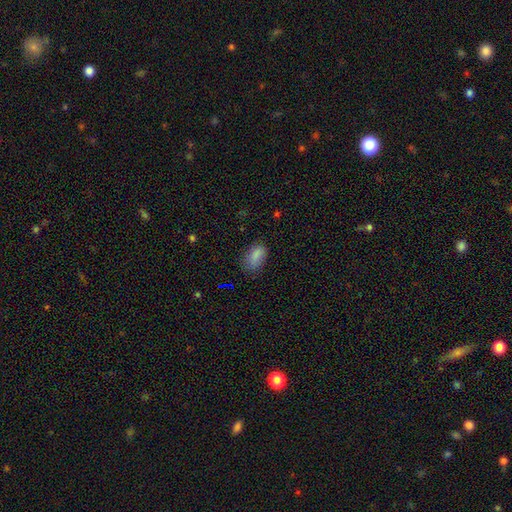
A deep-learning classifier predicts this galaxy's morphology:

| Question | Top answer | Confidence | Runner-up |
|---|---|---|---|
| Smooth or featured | smooth | 84% | star or artifact (10%) |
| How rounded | in between | 90% | round (7%) |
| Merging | none | 68% | minor disturbance (24%) |